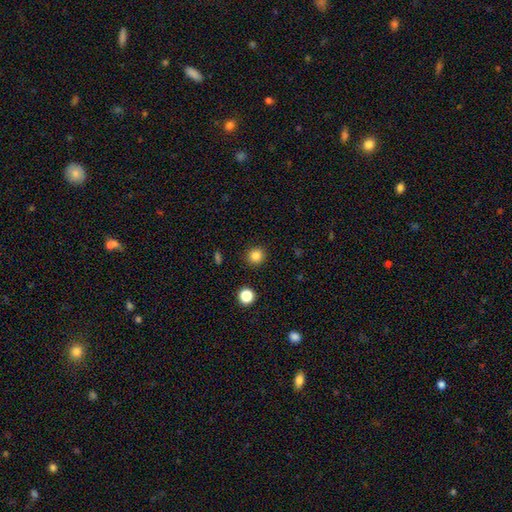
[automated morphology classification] Q: Smooth or featured?
A: smooth (83%); runner-up: star or artifact (12%)
Q: How rounded?
A: round (92%); runner-up: in between (7%)
Q: Merging?
A: none (91%); runner-up: minor disturbance (6%)